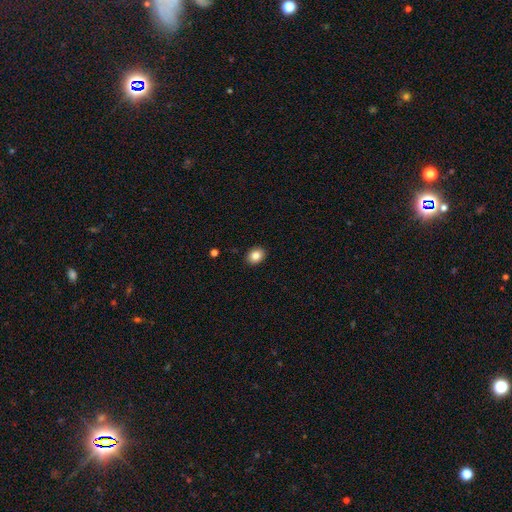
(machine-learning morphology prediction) The model was most divided on "how rounded": round: 53%, in between: 46%, cigar-shaped: 1%. More confident: merging — none (91%); smooth or featured — smooth (84%).